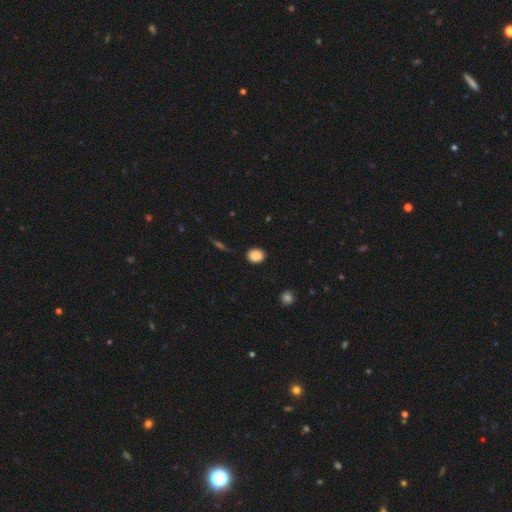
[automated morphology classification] Overall: smooth (88%). How rounded: round (59%; in between 40%). Merging: none (89%).